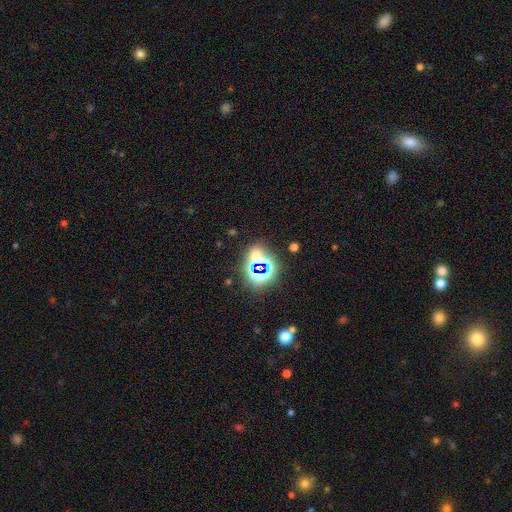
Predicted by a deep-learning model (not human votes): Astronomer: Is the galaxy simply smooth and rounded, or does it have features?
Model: star or artifact — 65%.